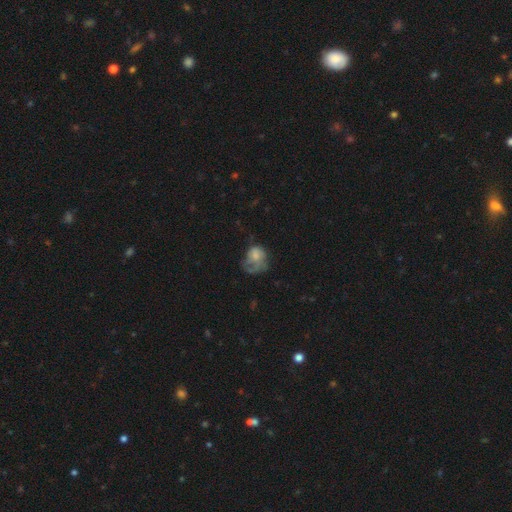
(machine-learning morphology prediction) Smooth or featured?
  - smooth: 56% *
  - featured or disk: 34%
  - star or artifact: 10%
How rounded?
  - round: 52% *
  - in between: 47%
  - cigar-shaped: 1%
Merging?
  - major disturbance: 45% *
  - none: 26%
  - minor disturbance: 25%
  - merger: 3%